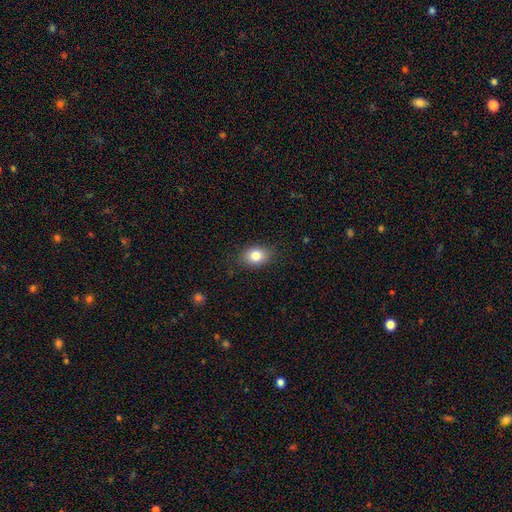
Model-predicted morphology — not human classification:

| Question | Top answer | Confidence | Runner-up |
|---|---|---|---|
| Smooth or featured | smooth | 82% | star or artifact (9%) |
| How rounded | in between | 68% | round (31%) |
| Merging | none | 85% | minor disturbance (12%) |